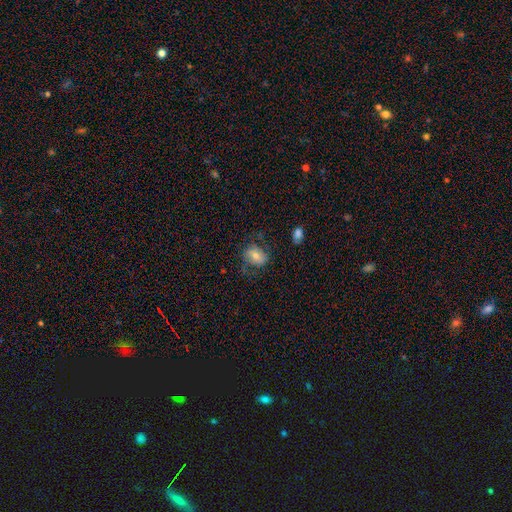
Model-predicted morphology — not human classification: A smooth galaxy with no disk features (57%) that is in between round and cigar-shaped (67%). Merging: none (60%).